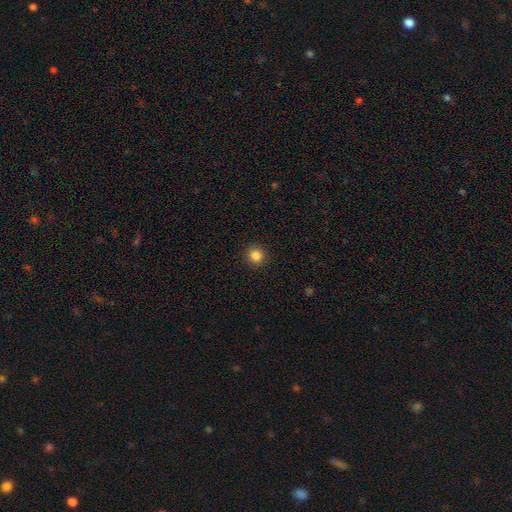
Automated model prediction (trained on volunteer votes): Smooth or featured?
  - smooth: 84% *
  - star or artifact: 11%
  - featured or disk: 5%
How rounded?
  - round: 93% *
  - in between: 6%
  - cigar-shaped: 1%
Merging?
  - none: 92% *
  - minor disturbance: 5%
  - major disturbance: 2%
  - merger: 1%